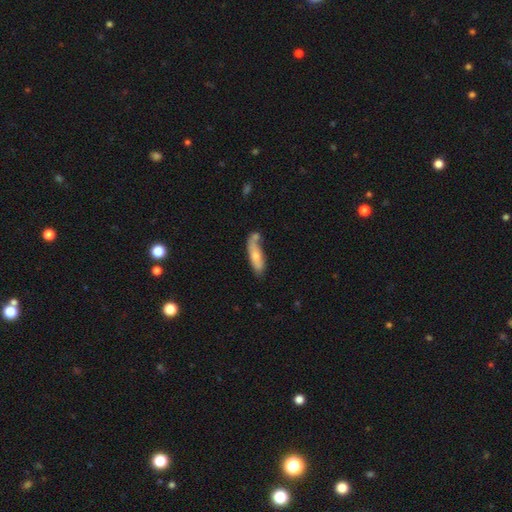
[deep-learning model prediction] The model was most divided on "how rounded": cigar-shaped: 56%, in between: 42%, round: 2%. Remaining: smooth or featured — smooth (66%); merging — none (46%).